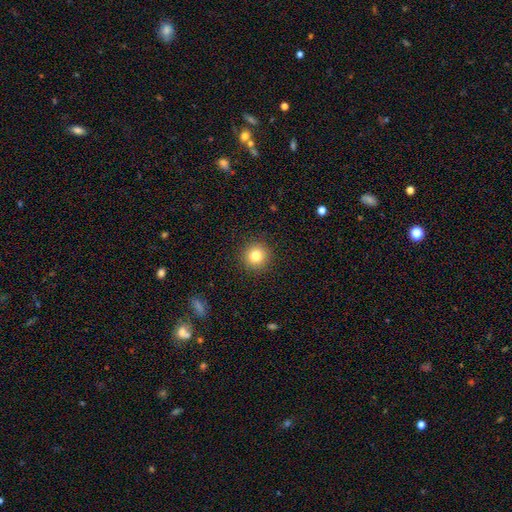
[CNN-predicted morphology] Overall: smooth (81%). How rounded: round (94%). Merging: none (91%).